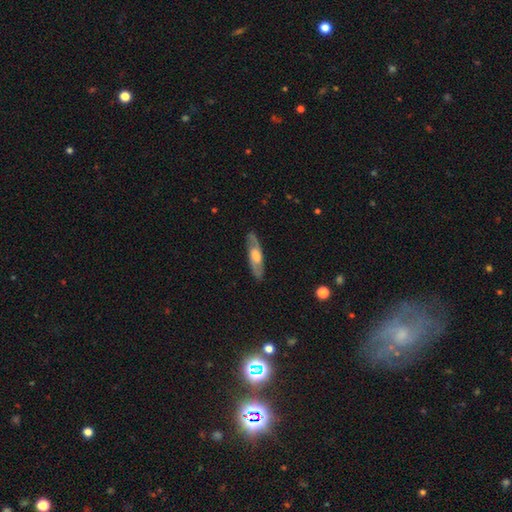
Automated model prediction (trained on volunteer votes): Smooth or featured? featured or disk (64%)
Edge-on disk? no (58%)
Merging? none (86%)